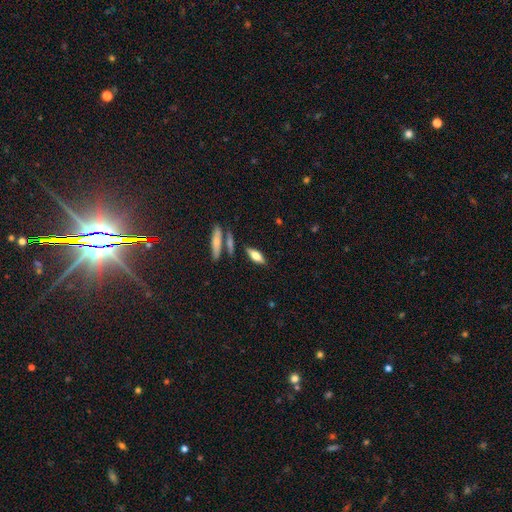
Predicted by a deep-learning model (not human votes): Smooth or featured? Predicted: smooth (p=0.64). How rounded? Predicted: in between (p=0.60). Merging? Predicted: none (p=0.77).